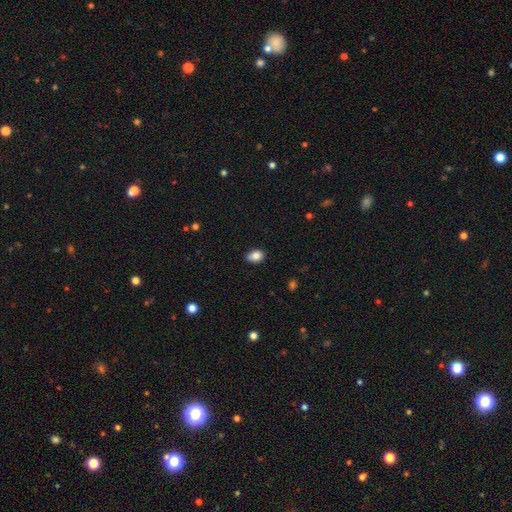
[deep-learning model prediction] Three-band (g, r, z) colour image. It shows a smooth galaxy with no disk features (84%) that is in between round and cigar-shaped (74%). Merging: none (67%).